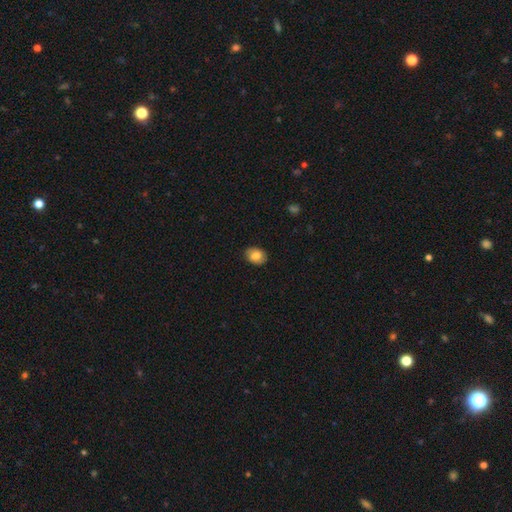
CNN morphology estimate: This is clearly a smooth galaxy (82%). How rounded: likely in between (63%). Merging: clearly none (88%).